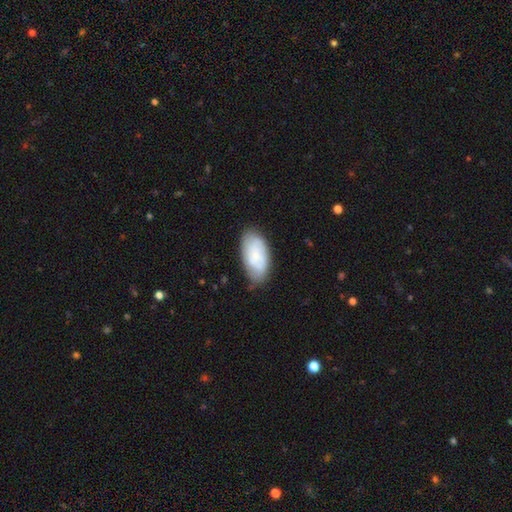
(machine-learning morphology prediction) A smooth galaxy with no disk features (60%) that is in between round and cigar-shaped (94%).

Vote fractions:
- Smooth or featured? smooth: 60% / featured or disk: 34% / star or artifact: 7%
- How rounded? in between: 94% / cigar-shaped: 3% / round: 3%
- Merging? none: 74% / minor disturbance: 21% / major disturbance: 4% / merger: 2%